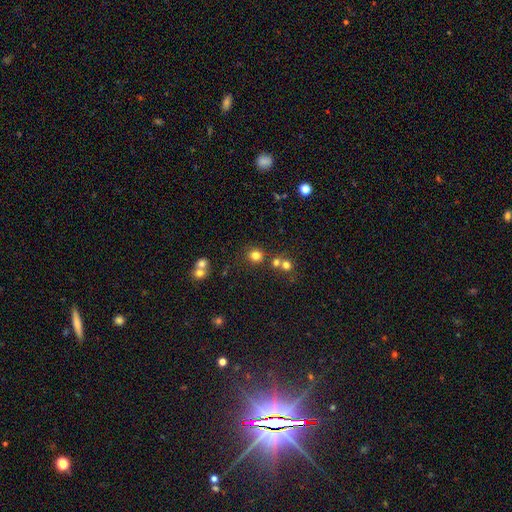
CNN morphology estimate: smooth-or-featured: smooth: 77% | star or artifact: 16% | featured or disk: 7%
  how-rounded: round: 90% | in between: 9% | cigar-shaped: 1%
  merging: none: 75% | merger: 13% | minor disturbance: 8% | major disturbance: 3%